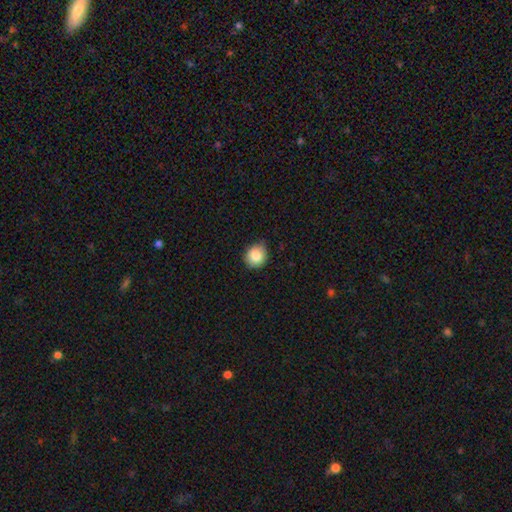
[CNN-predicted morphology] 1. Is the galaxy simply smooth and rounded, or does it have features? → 85% smooth, 9% star or artifact, 6% featured or disk.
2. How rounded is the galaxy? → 78% round, 21% in between, 1% cigar-shaped.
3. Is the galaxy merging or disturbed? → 73% none, 23% minor disturbance, 3% major disturbance, 1% merger.